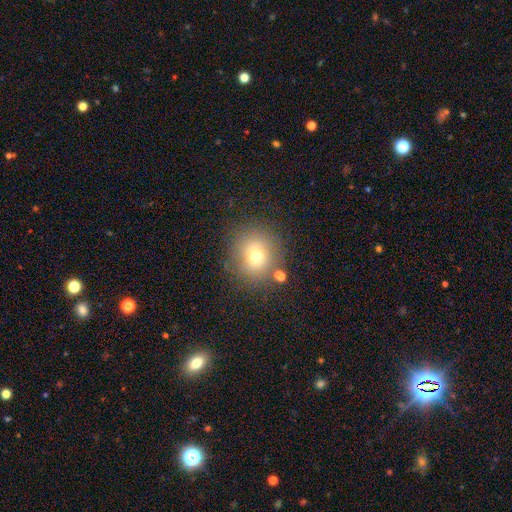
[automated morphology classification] Smooth or featured: smooth — 69% (star or artifact — 17%)
How rounded: round — 89% (in between — 10%)
Merging: none — 80% (minor disturbance — 10%)